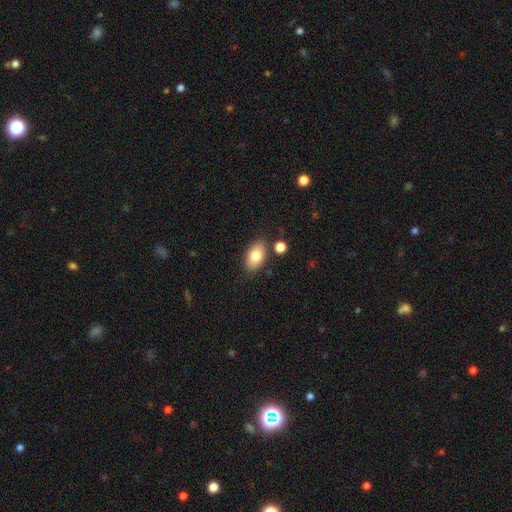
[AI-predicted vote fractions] smooth_or_featured: smooth (p=0.80) [alt: featured or disk p=0.13]
how_rounded: in between (p=0.91) [alt: round p=0.06]
merging: none (p=0.81) [alt: minor disturbance p=0.11]